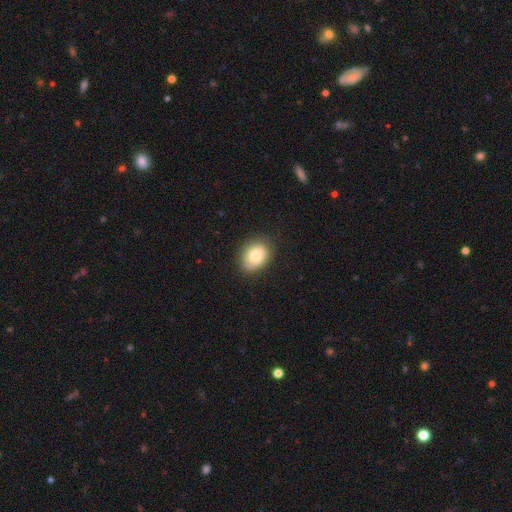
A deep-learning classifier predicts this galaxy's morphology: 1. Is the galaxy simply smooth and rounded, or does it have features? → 77% smooth, 15% featured or disk, 8% star or artifact.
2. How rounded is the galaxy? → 68% in between, 31% round, 1% cigar-shaped.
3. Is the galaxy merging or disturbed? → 81% none, 15% minor disturbance, 4% major disturbance, 1% merger.